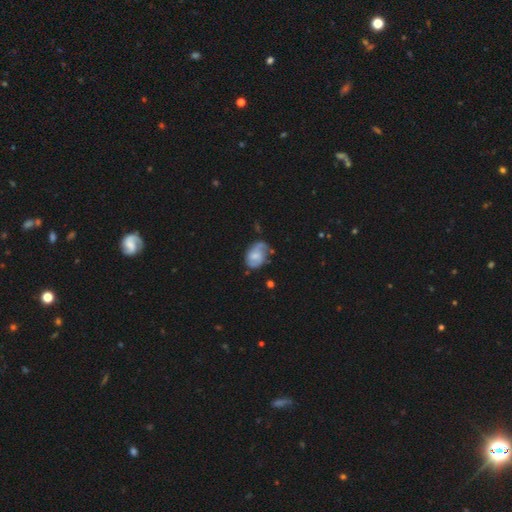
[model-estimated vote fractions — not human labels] A featured or disk galaxy (62%) with no bar (56%), 2 (69%) medium (44%) spiral arms (88%) and a moderate central bulge (33%, tied with small).

Vote fractions:
- Smooth or featured? featured or disk: 62% / smooth: 31% / star or artifact: 7%
- Edge-on disk? no: 97% / yes: 3%
- Bar? no: 56% / weak: 38% / strong: 6%
- Spiral arms? yes: 88% / no: 12%
- Spiral winding? medium: 44% / tight: 32% / loose: 24%
- Spiral arm count? 2: 69% / can't tell: 14% / 1: 10% / 3: 4% / 4: 1% / more than 4: 1%
- Bulge size? moderate: 33% (tied) / small: 33% (tied) / none: 23% / large: 9% / dominant: 2%
- Merging? none: 57% / minor disturbance: 28% / major disturbance: 12% / merger: 4%